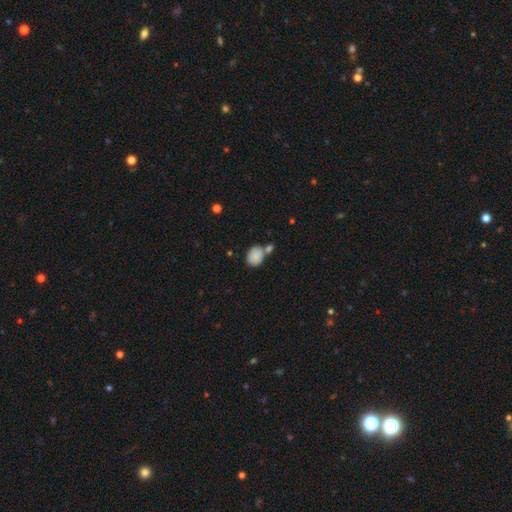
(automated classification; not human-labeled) Overall: smooth (85%). How rounded: in between (54%; round 45%). Merging: none (49%; merger 31%).